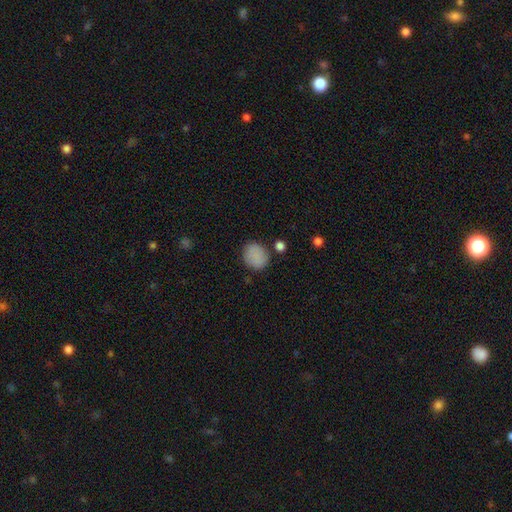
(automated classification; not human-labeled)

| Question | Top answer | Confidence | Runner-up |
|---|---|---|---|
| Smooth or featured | smooth | 86% | star or artifact (9%) |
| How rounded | round | 76% | in between (23%) |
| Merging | none | 78% | minor disturbance (14%) |